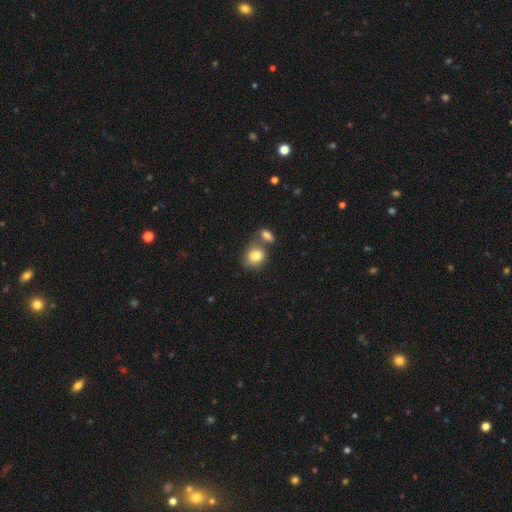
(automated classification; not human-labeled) This is clearly a smooth galaxy (83%). How rounded: likely round (63%). Merging: possibly none (50%).